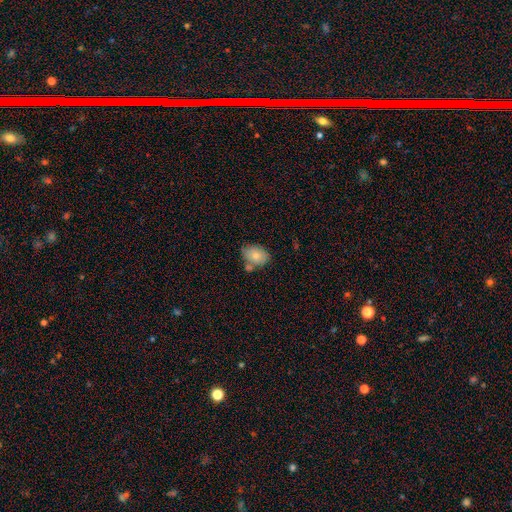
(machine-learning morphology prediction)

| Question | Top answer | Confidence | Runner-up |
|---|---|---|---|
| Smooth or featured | smooth | 78% | featured or disk (15%) |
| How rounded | in between | 74% | round (25%) |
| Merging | none | 55% | minor disturbance (20%) |